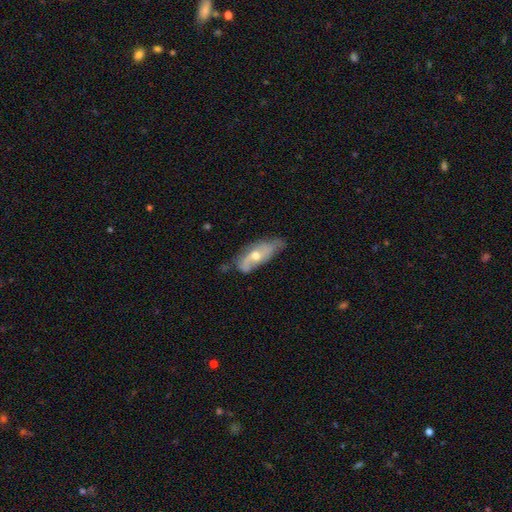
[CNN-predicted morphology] type=featured or disk (56%); edge-on=no (80%); merging=none (45%).